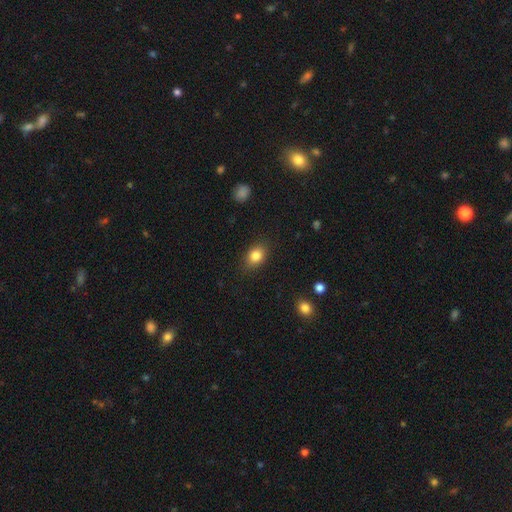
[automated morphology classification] Smooth or featured: smooth — 83% (star or artifact — 9%)
How rounded: in between — 67% (round — 31%)
Merging: none — 84% (minor disturbance — 12%)